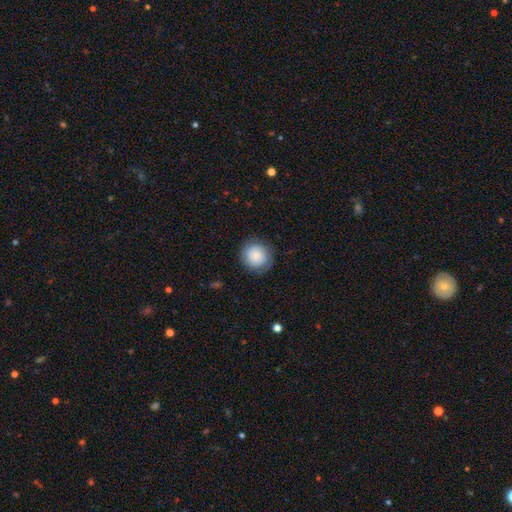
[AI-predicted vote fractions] Smooth or featured?
  - smooth: 83% *
  - featured or disk: 9%
  - star or artifact: 7%
How rounded?
  - round: 91% *
  - in between: 8%
  - cigar-shaped: 1%
Merging?
  - none: 85% *
  - minor disturbance: 10%
  - major disturbance: 4%
  - merger: 1%